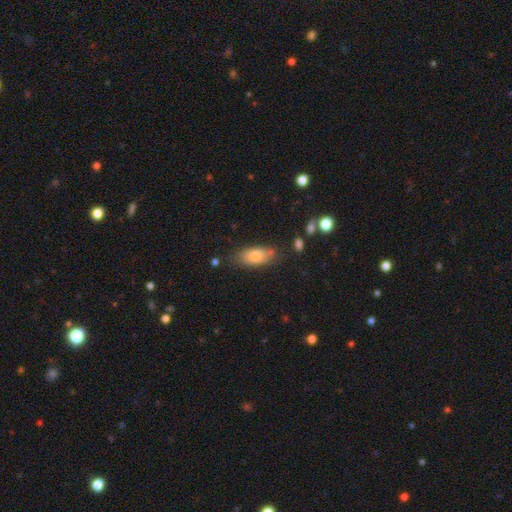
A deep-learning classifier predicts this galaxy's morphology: This appears to be a smooth galaxy with no disk features (76%) that is in between round and cigar-shaped (82%). Merging: none (74%).